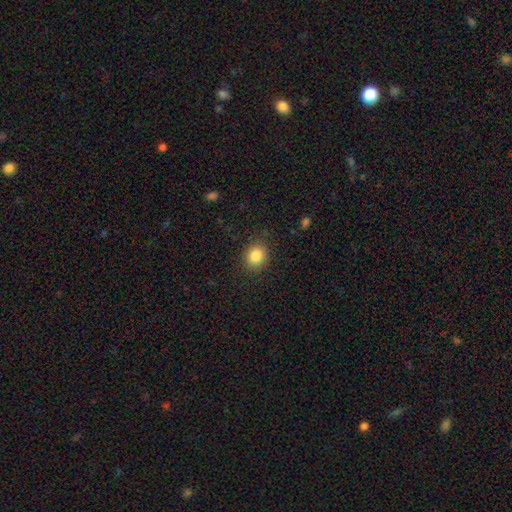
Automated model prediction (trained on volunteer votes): Smooth or featured? Predicted: smooth (p=0.85). How rounded? Predicted: round (p=0.73). Merging? Predicted: none (p=0.87).